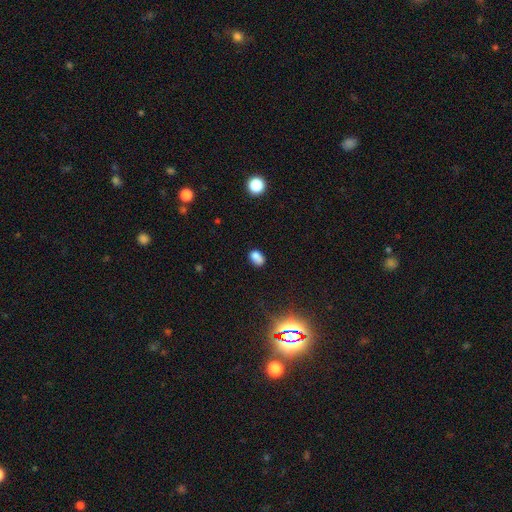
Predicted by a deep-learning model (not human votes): Smooth or featured?
  - smooth: 75% *
  - star or artifact: 14%
  - featured or disk: 11%
How rounded?
  - in between: 76% *
  - round: 23%
  - cigar-shaped: 2%
Merging?
  - none: 52% *
  - minor disturbance: 21%
  - merger: 20%
  - major disturbance: 7%